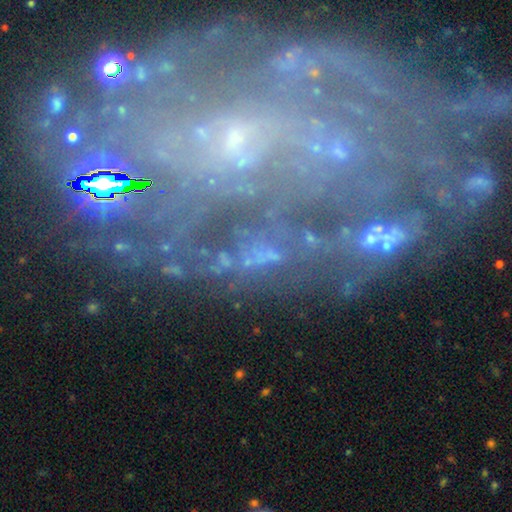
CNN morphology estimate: Smooth or featured?
  - featured or disk: 51% *
  - star or artifact: 33%
  - smooth: 17%
Edge-on disk?
  - no: 92% *
  - yes: 8%
Merging?
  - none: 56% *
  - minor disturbance: 18%
  - major disturbance: 16%
  - merger: 10%